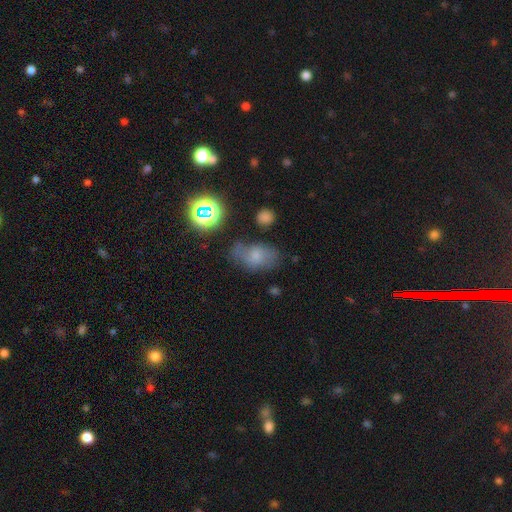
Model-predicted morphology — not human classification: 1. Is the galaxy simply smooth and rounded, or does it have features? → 57% smooth, 24% featured or disk, 19% star or artifact.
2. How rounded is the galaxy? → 83% in between, 15% round, 2% cigar-shaped.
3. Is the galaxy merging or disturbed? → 54% none, 27% minor disturbance, 13% major disturbance, 6% merger.